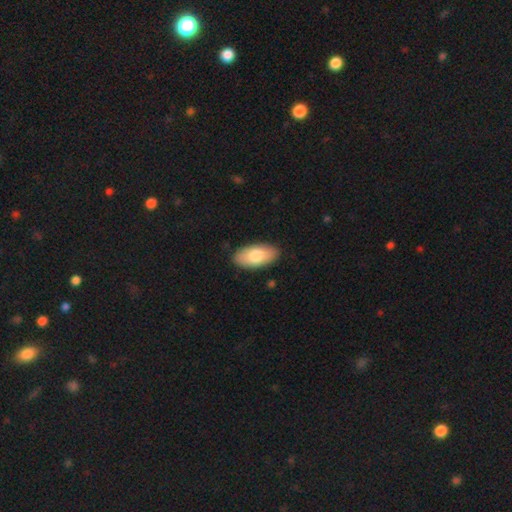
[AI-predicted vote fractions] Smooth or featured: smooth — 76% (featured or disk — 18%)
How rounded: in between — 94% (cigar-shaped — 4%)
Merging: none — 89% (minor disturbance — 8%)